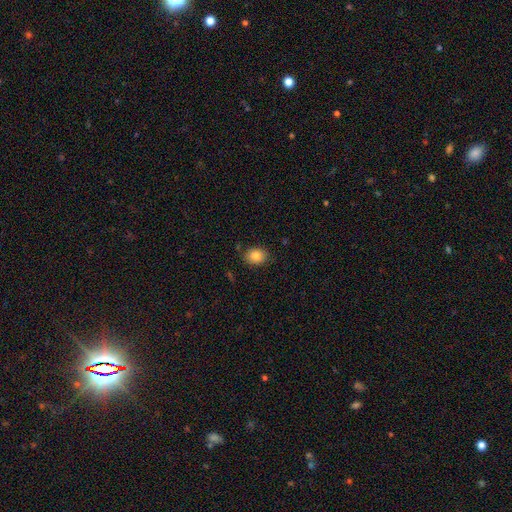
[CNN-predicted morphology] Smooth or featured? smooth (85%)
How rounded? in between (55%)
Merging? none (85%)